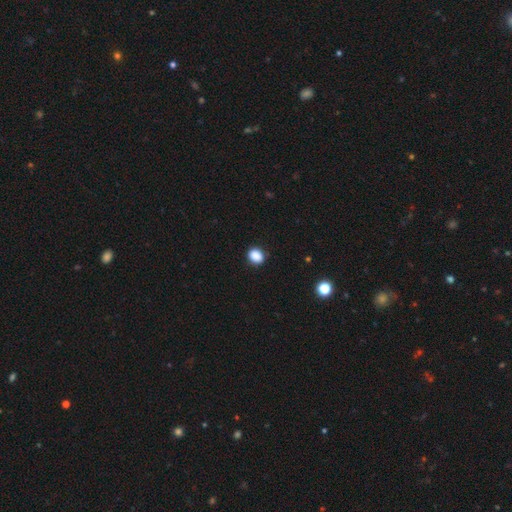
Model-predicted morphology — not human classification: The model was most divided on "how rounded": round: 53%, in between: 46%, cigar-shaped: 1%. More confident: smooth or featured — smooth (88%); merging — none (86%).